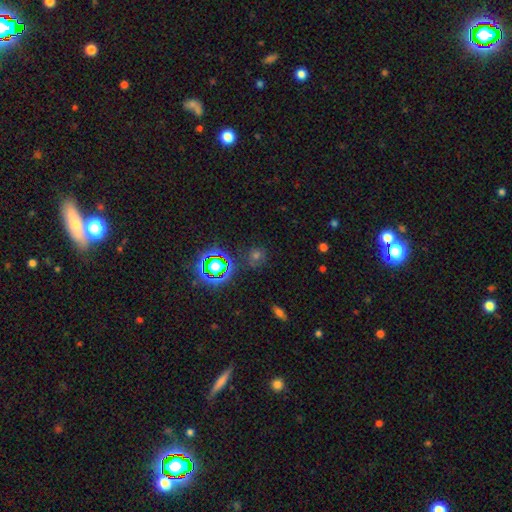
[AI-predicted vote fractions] The model was most divided on "smooth or featured": star or artifact: 47%, smooth: 44%, featured or disk: 9%.